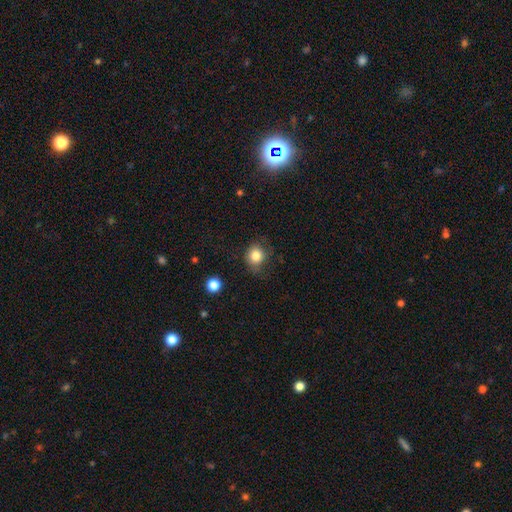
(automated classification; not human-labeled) A smooth galaxy with no disk features (82%) that is round (75%). Merging: none (69%).